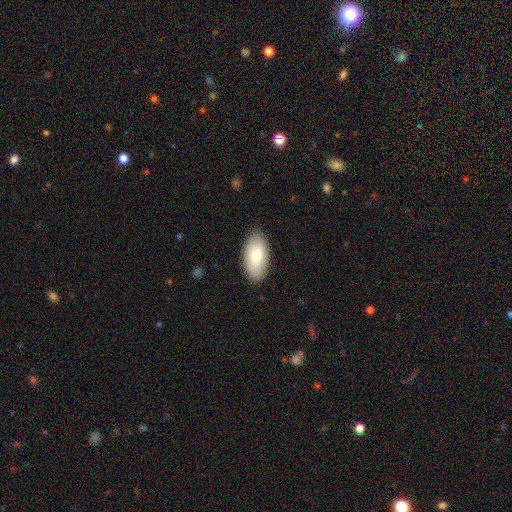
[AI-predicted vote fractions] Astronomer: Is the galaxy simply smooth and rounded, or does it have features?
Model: smooth — 71%.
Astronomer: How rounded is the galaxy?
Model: in between — 94%.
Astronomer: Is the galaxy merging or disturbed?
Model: none — 86%.